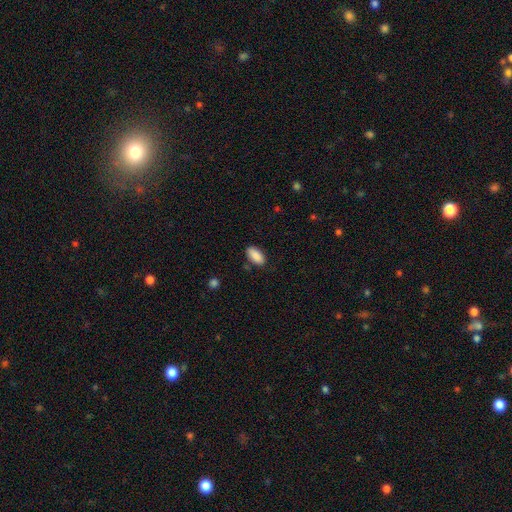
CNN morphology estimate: smooth_or_featured: smooth (p=0.89) [alt: star or artifact p=0.07]
how_rounded: in between (p=0.92) [alt: cigar-shaped p=0.06]
merging: none (p=0.84) [alt: minor disturbance p=0.12]